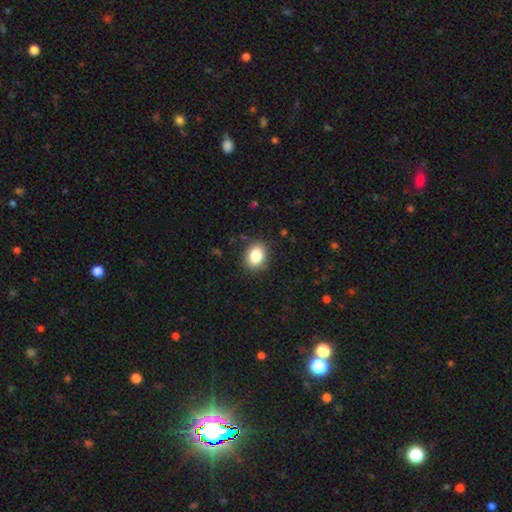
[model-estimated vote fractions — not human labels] Morphology: type=smooth (85%); roundness=in between (63%); merging=none (87%).